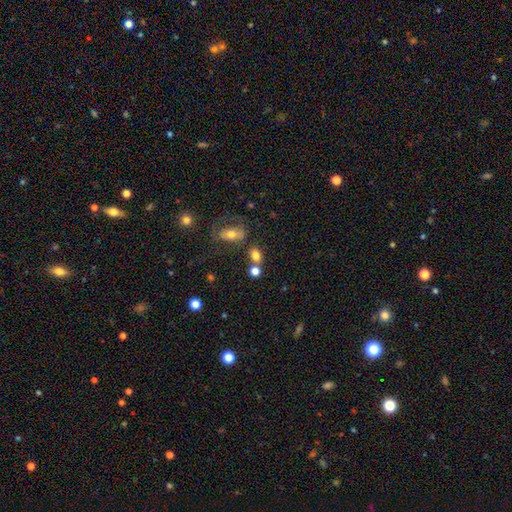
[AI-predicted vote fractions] smooth-or-featured: smooth: 76% | star or artifact: 12% | featured or disk: 11%
  how-rounded: in between: 59% | round: 38% | cigar-shaped: 3%
  merging: none: 56% | merger: 26% | minor disturbance: 13% | major disturbance: 6%